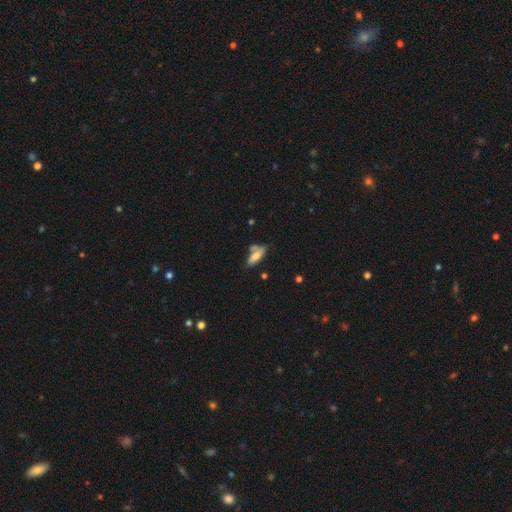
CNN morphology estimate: This is likely a smooth galaxy (69%). How rounded: likely in between (67%). Merging: possibly none (47%).